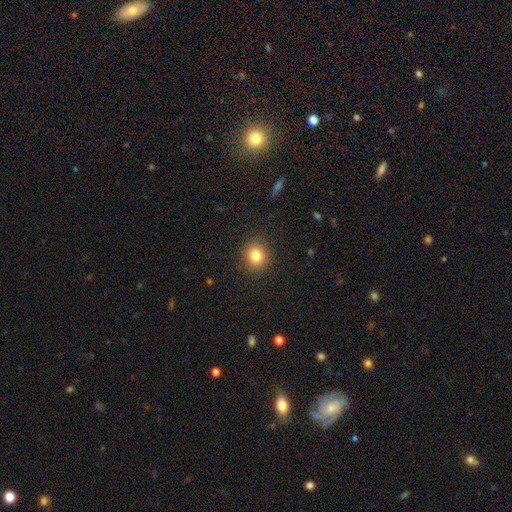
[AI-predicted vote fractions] This is clearly a smooth galaxy (81%). How rounded: clearly round (82%). Merging: clearly none (89%).